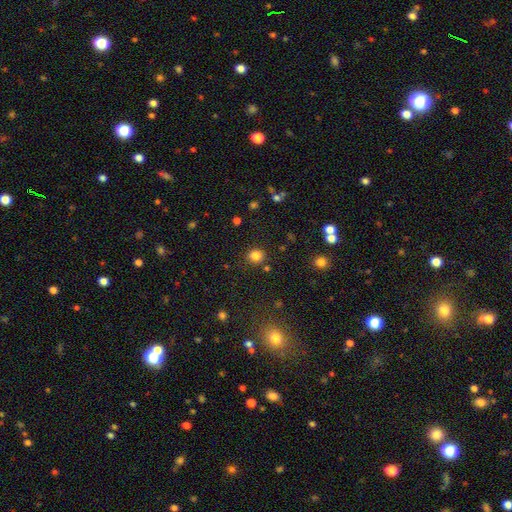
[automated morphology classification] This is clearly a smooth galaxy (82%). How rounded: clearly round (82%). Merging: clearly none (85%).